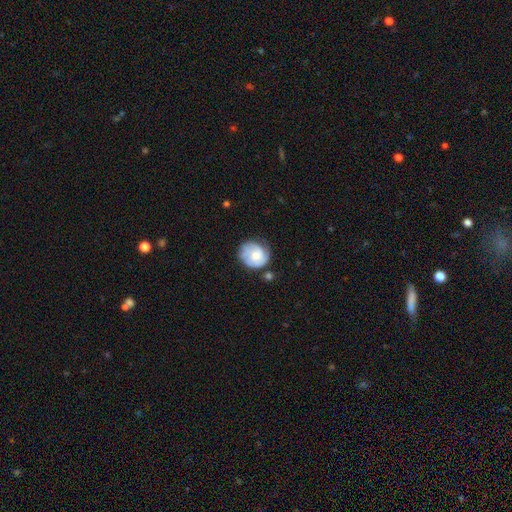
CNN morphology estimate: Overall: featured or disk (50%; smooth 43%). Merging: none (65%).